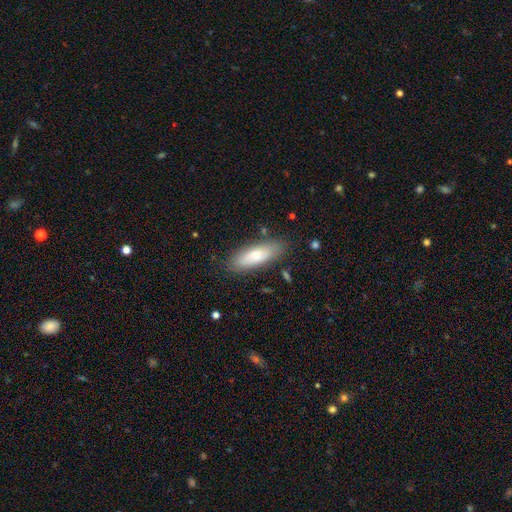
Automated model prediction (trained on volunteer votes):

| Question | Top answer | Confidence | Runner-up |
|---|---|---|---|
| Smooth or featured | smooth | 72% | featured or disk (21%) |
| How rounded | in between | 59% | cigar-shaped (39%) |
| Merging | none | 82% | minor disturbance (13%) |